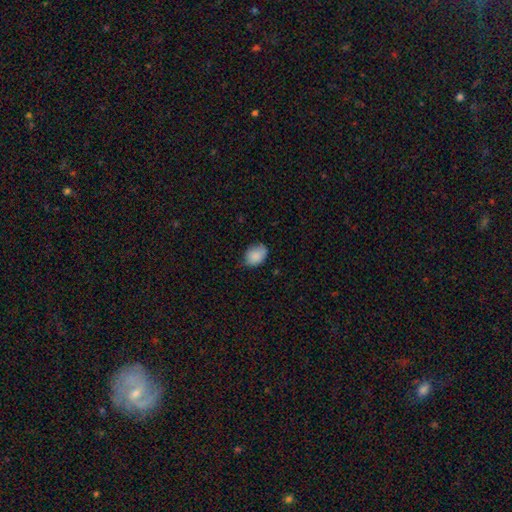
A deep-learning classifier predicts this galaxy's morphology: type=smooth (87%); roundness=in between (62%); merging=none (64%).